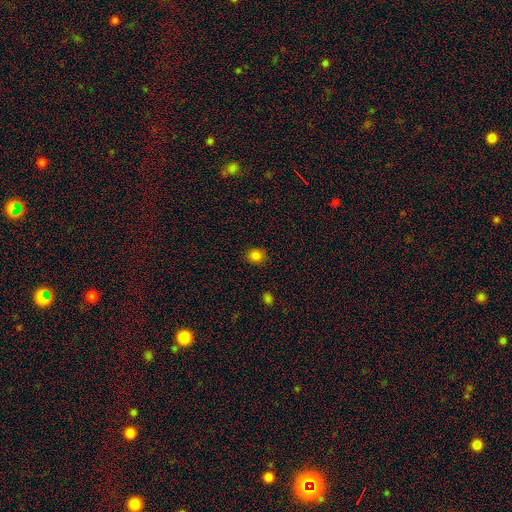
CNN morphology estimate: A smooth galaxy with no disk features (82%) that is round (82%). Merging: none (89%).